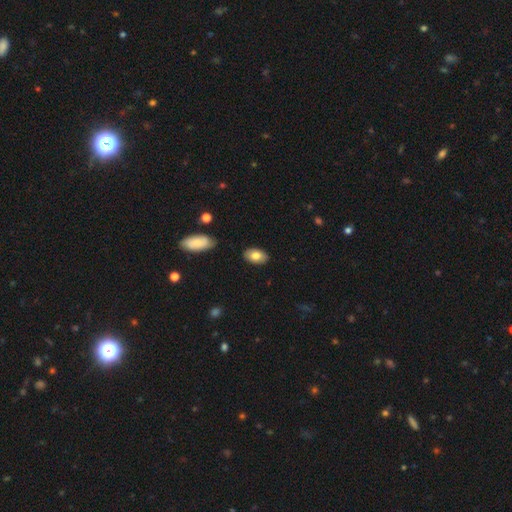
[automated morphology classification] Overall: smooth (79%). How rounded: in between (93%). Merging: none (87%).